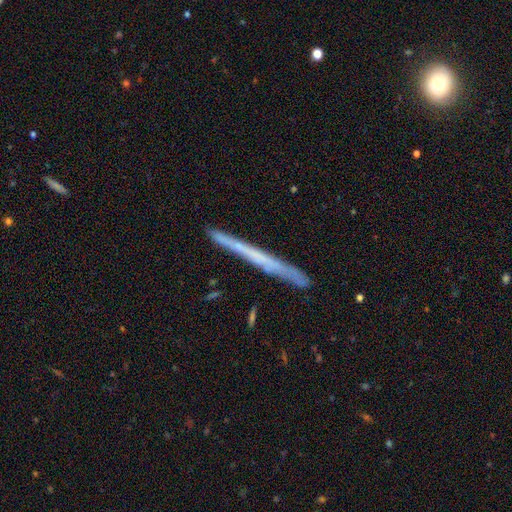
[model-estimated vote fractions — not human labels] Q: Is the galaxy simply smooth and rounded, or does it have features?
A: featured or disk — 54%.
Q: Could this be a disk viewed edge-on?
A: yes — 96%.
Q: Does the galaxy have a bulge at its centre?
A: none — 88%.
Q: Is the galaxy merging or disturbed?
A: none — 88%.